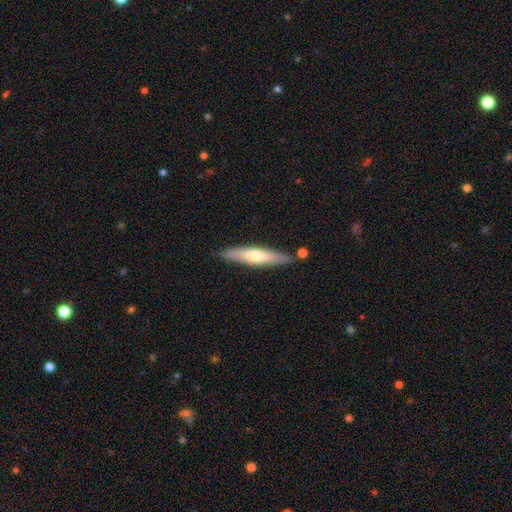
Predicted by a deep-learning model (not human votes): smooth-or-featured: smooth: 49% | featured or disk: 46% | star or artifact: 6%
  merging: none: 82% | minor disturbance: 11% | merger: 4% | major disturbance: 2%